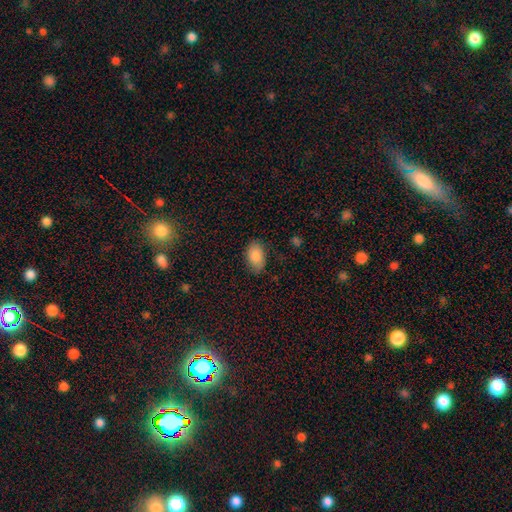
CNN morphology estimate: Smooth or featured? smooth (87%)
How rounded? in between (92%)
Merging? none (80%)